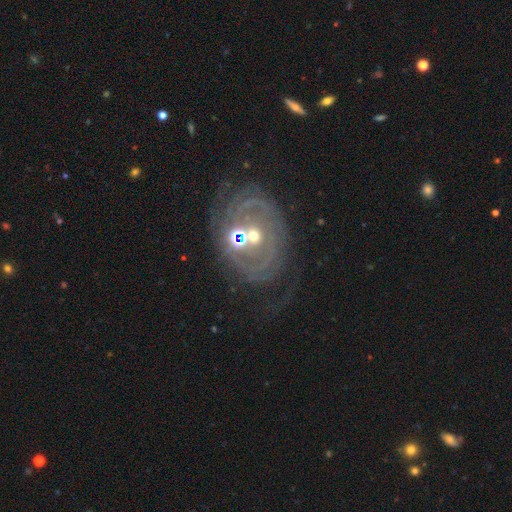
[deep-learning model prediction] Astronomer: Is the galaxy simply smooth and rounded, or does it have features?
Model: featured or disk — 79%.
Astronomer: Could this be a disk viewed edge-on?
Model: no — 96%.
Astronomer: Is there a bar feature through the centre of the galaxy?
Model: no — 65%.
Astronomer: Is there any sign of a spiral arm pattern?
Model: yes — 85%.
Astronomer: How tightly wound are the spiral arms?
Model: tight — 63%.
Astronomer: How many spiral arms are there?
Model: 2 — 36% (runner-up: can't tell, 33%).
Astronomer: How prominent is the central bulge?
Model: moderate — 47% (runner-up: small, 45%).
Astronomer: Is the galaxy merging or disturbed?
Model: none — 59%.